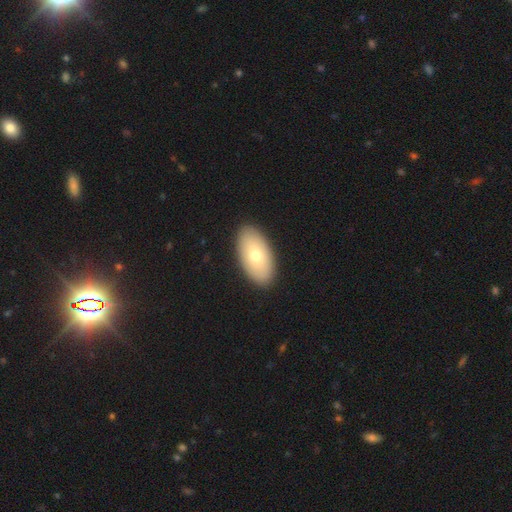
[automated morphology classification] smooth 71%, featured or disk 23%, star or artifact 6%. Down the decision tree: how rounded — in between (95%); merging — none (90%).